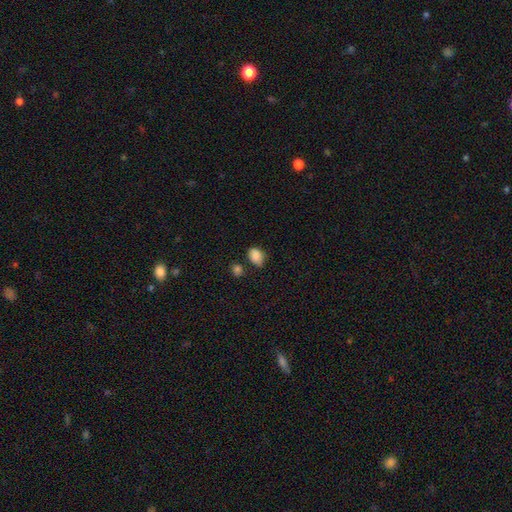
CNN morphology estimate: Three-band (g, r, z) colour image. It shows a smooth galaxy with no disk features (86%) that is in between round and cigar-shaped (73%). Merging: none (58%).